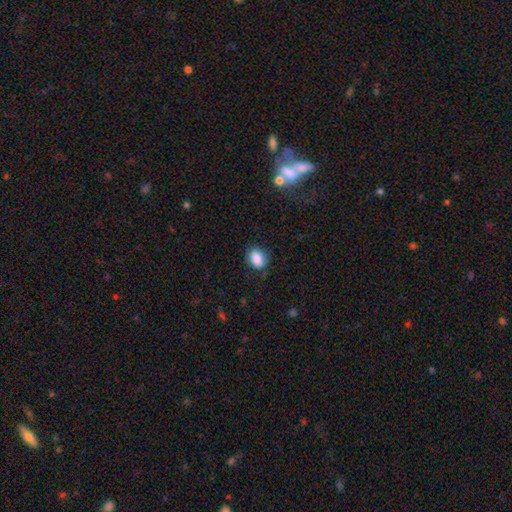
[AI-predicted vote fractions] A smooth galaxy with no disk features (86%) that is in between round and cigar-shaped (70%). Merging: none (76%).